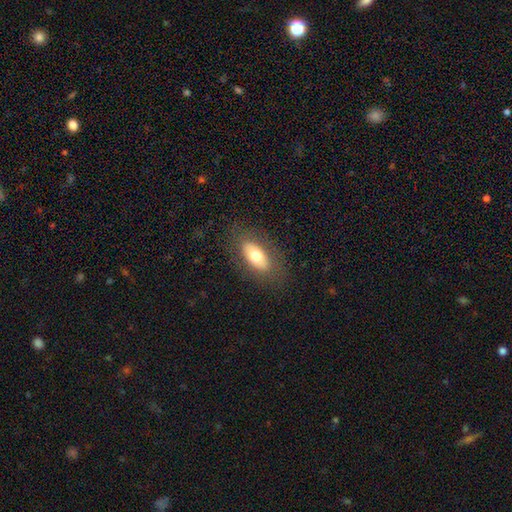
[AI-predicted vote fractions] Q: Smooth or featured?
A: smooth (68%); runner-up: featured or disk (25%)
Q: How rounded?
A: in between (87%); runner-up: cigar-shaped (9%)
Q: Merging?
A: none (82%); runner-up: minor disturbance (12%)